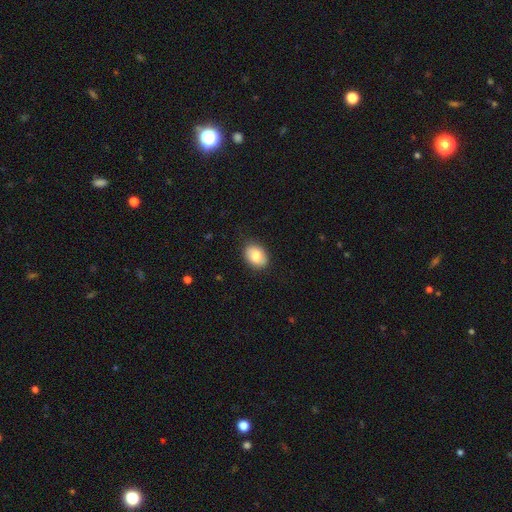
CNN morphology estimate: Overall: smooth (78%). How rounded: in between (70%). Merging: none (86%).